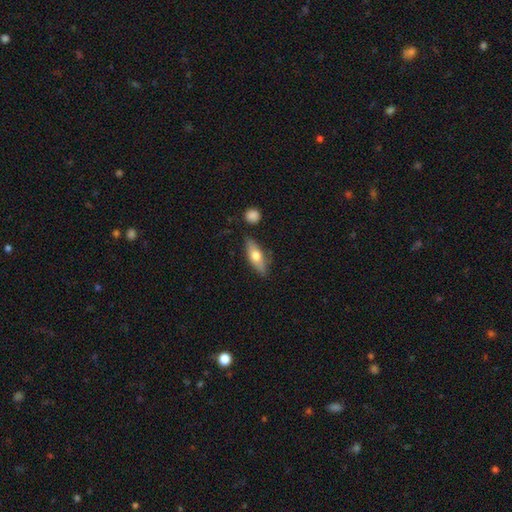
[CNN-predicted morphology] Smooth or featured? smooth (58%)
How rounded? in between (57%)
Merging? none (79%)